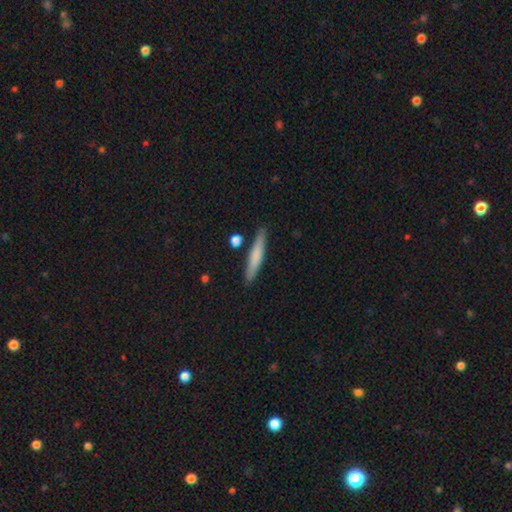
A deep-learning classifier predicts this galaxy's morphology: A smooth galaxy with no disk features (69%) that is cigar-shaped (93%). Merging: none (86%).